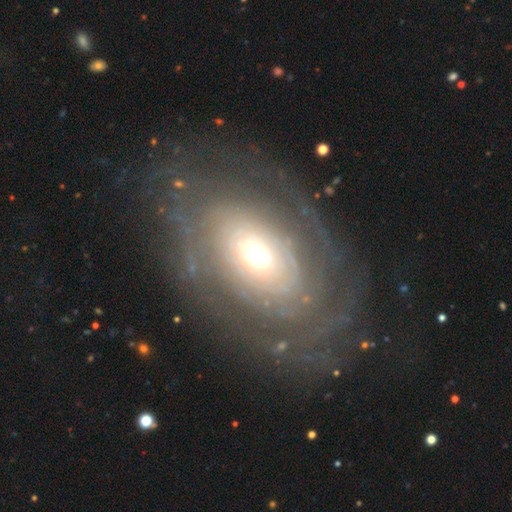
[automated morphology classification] smooth-or-featured: featured or disk: 80% | smooth: 13% | star or artifact: 7%
  disk-edge-on: no: 95% | yes: 5%
    bar: no: 71% | weak: 20% | strong: 9%
    has-spiral-arms: yes: 84% | no: 16%
      spiral-winding: tight: 76% | medium: 17% | loose: 7%
      spiral-arm-count: can't tell: 50% | 2: 15% | more than 4: 11% | 3: 9% | 4: 8% | 1: 6%
    bulge-size: moderate: 59% | small: 28% | large: 11% | dominant: 2% | none: 1%
  merging: none: 73% | minor disturbance: 15% | major disturbance: 11% | merger: 1%